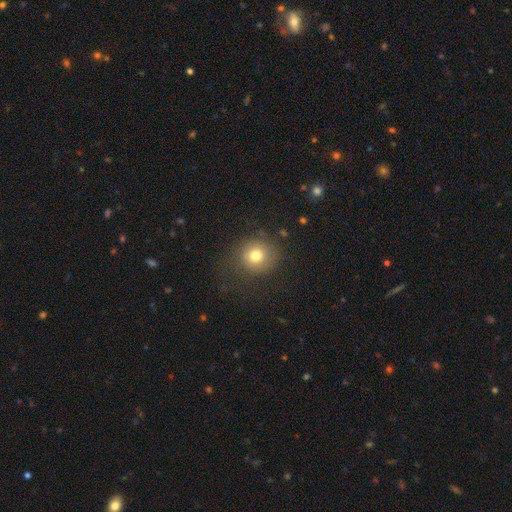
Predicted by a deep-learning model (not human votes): Smooth or featured? Predicted: smooth (p=0.76). How rounded? Predicted: round (p=0.86). Merging? Predicted: none (p=0.74).